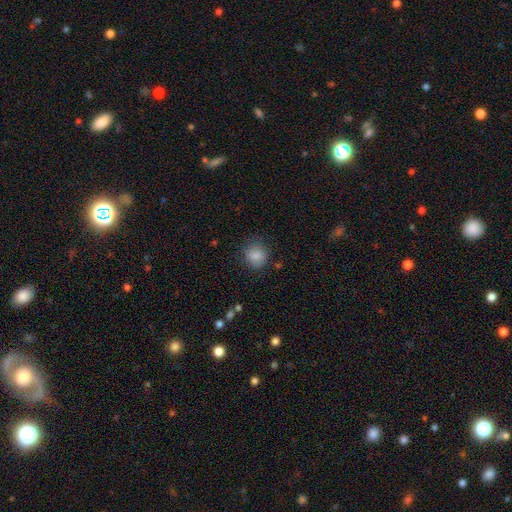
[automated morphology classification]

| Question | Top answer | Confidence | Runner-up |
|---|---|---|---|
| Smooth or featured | smooth | 84% | star or artifact (9%) |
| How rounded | round | 82% | in between (17%) |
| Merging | none | 78% | minor disturbance (16%) |